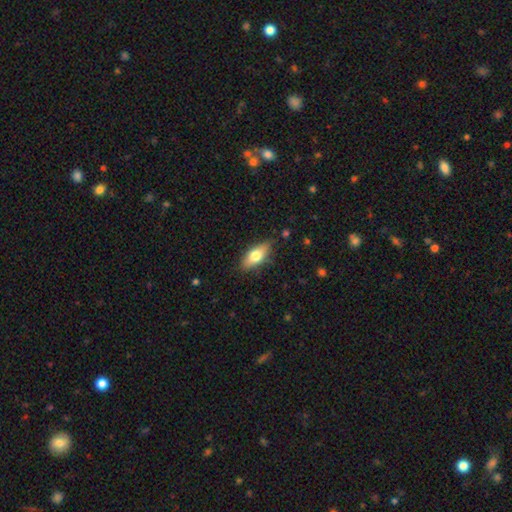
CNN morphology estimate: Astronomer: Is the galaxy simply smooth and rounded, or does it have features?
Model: smooth — 67%.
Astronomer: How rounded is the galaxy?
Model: in between — 77%.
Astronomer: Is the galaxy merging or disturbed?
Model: none — 82%.